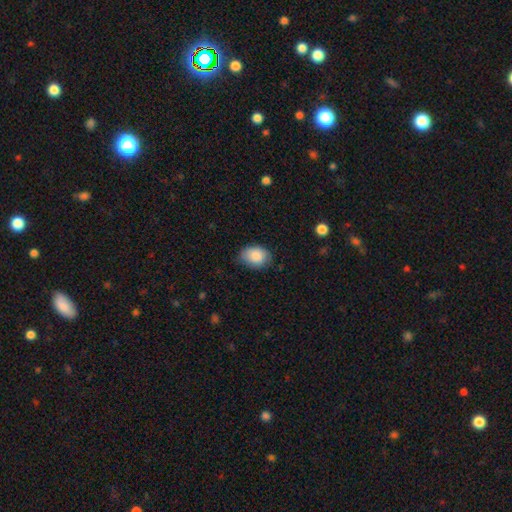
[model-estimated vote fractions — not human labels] smooth_or_featured: smooth (p=0.87) [alt: star or artifact p=0.07]
how_rounded: in between (p=0.73) [alt: round p=0.26]
merging: none (p=0.68) [alt: minor disturbance p=0.26]